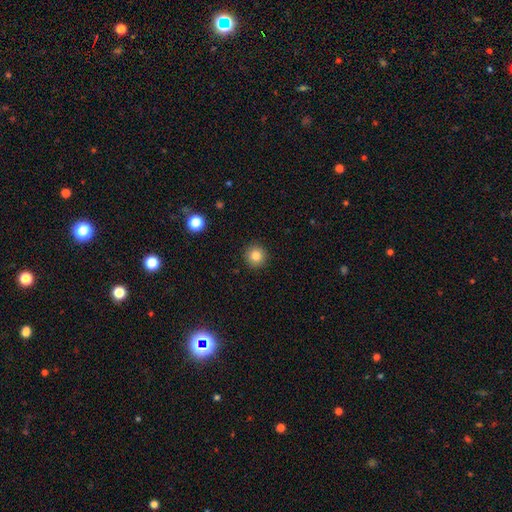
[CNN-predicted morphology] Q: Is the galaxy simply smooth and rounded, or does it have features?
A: smooth — 84%.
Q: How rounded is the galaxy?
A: round — 94%.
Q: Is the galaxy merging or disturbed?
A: none — 92%.